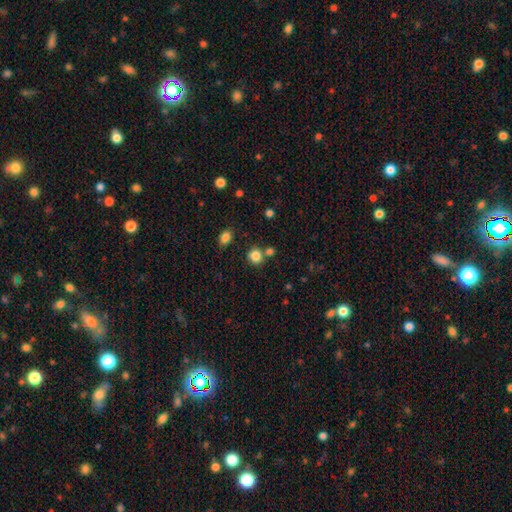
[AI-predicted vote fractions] smooth-or-featured: smooth: 83% | star or artifact: 12% | featured or disk: 5%
  how-rounded: round: 84% | in between: 15% | cigar-shaped: 1%
  merging: none: 70% | merger: 17% | minor disturbance: 9% | major disturbance: 3%